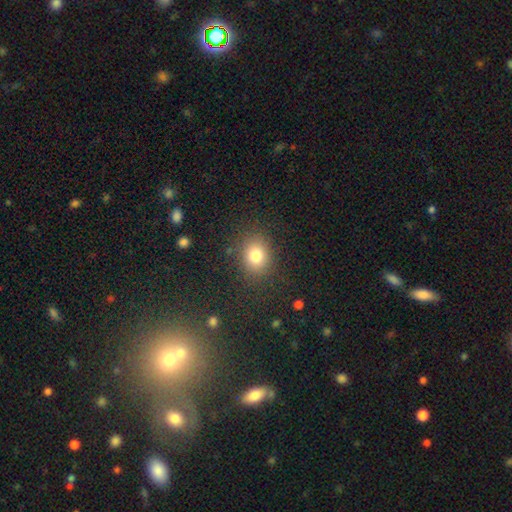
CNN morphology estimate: Smooth or featured: smooth — 79% (star or artifact — 13%)
How rounded: round — 56% (in between — 43%)
Merging: none — 85% (minor disturbance — 10%)